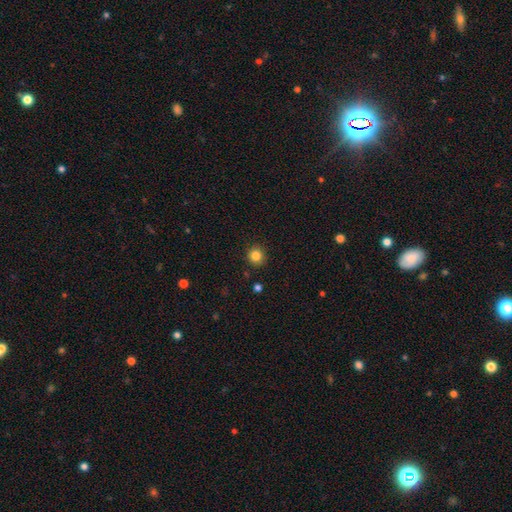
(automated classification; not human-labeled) Smooth or featured?
  - smooth: 84% *
  - star or artifact: 12%
  - featured or disk: 4%
How rounded?
  - round: 92% *
  - in between: 7%
  - cigar-shaped: 1%
Merging?
  - none: 90% *
  - minor disturbance: 6%
  - major disturbance: 2%
  - merger: 1%